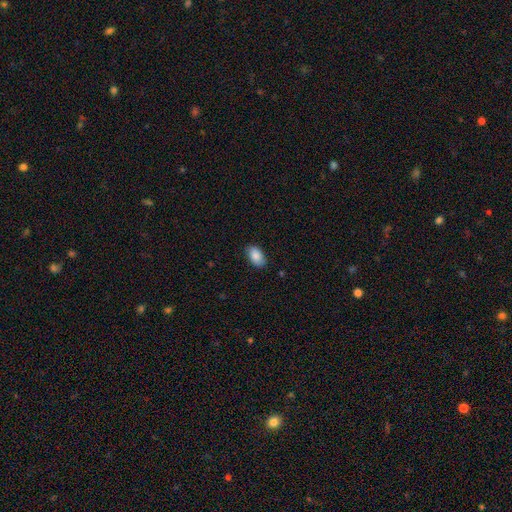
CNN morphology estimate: A smooth galaxy with no disk features (88%) that is in between round and cigar-shaped (93%). Merging: none (85%).